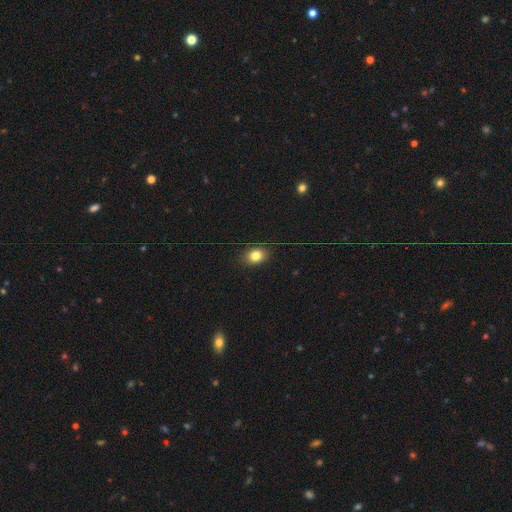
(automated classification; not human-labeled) Smooth or featured? Predicted: smooth (p=0.82). How rounded? Predicted: in between (p=0.56). Merging? Predicted: none (p=0.85).